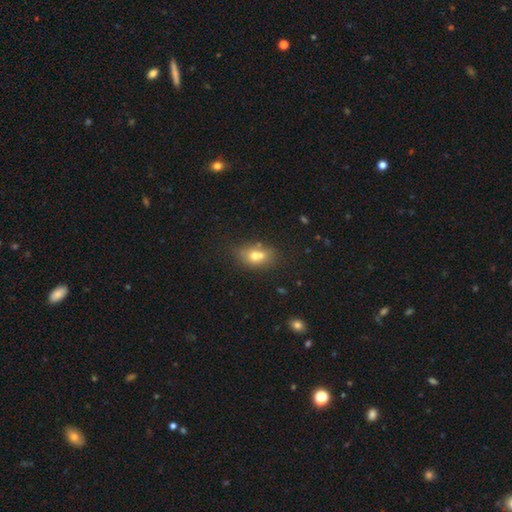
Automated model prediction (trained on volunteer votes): Morphology: type=smooth (66%); roundness=in between (69%); merging=none (45%).